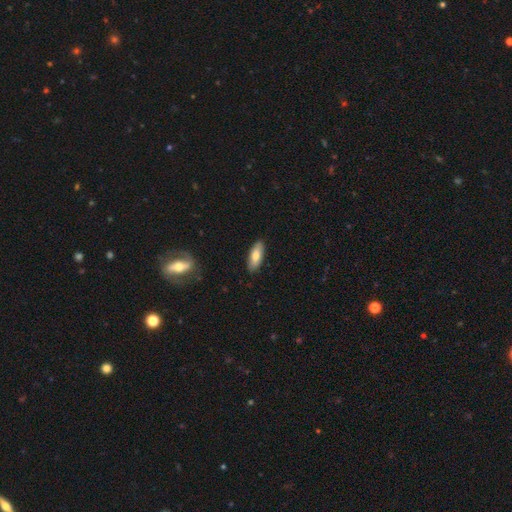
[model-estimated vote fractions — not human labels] A smooth galaxy with no disk features (75%) that is in between round and cigar-shaped (72%).

Vote fractions:
- Smooth or featured? smooth: 75% / featured or disk: 19% / star or artifact: 6%
- How rounded? in between: 72% / cigar-shaped: 26% / round: 2%
- Merging? none: 88% / minor disturbance: 9% / major disturbance: 2% / merger: 1%